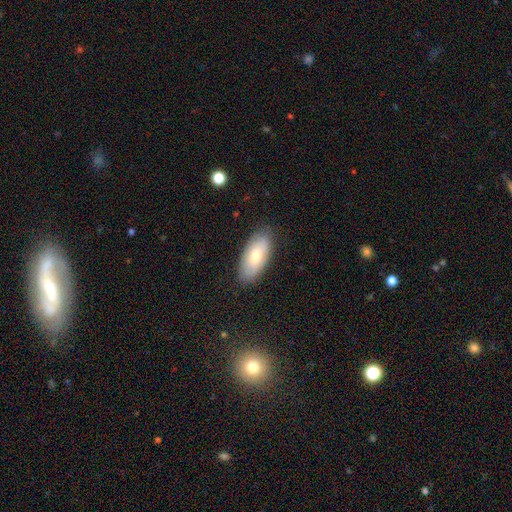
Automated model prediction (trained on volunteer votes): This appears to be a smooth galaxy with no disk features (70%) that is in between round and cigar-shaped (90%). Merging: none (85%).